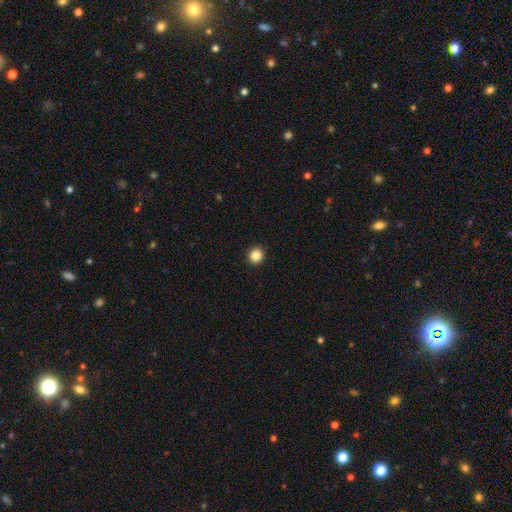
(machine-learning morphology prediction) This is clearly a smooth galaxy (86%). How rounded: clearly round (93%). Merging: clearly none (94%).